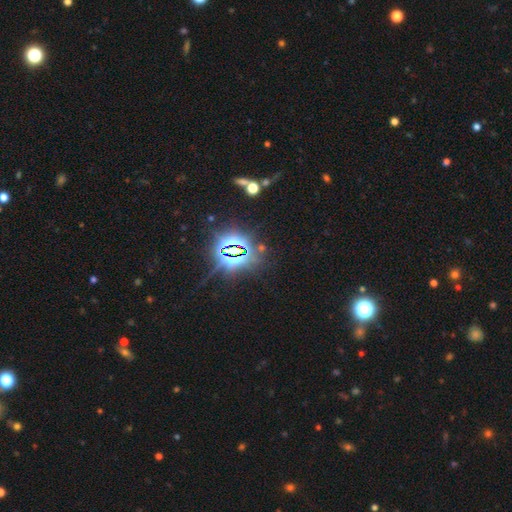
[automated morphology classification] smooth-or-featured: star or artifact: 82% | smooth: 10% | featured or disk: 8%